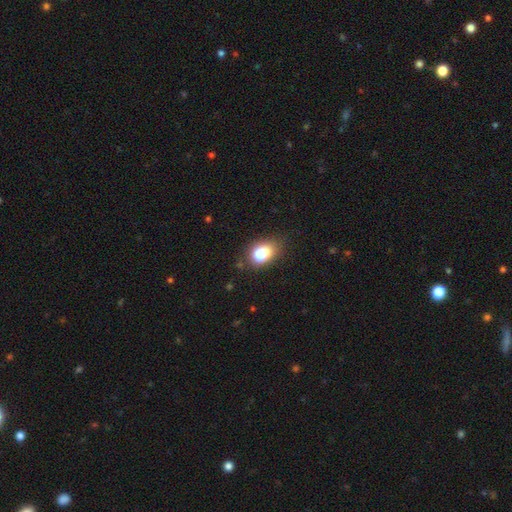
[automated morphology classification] A smooth galaxy with no disk features (77%) that is in between round and cigar-shaped (74%). Merging: none (72%).